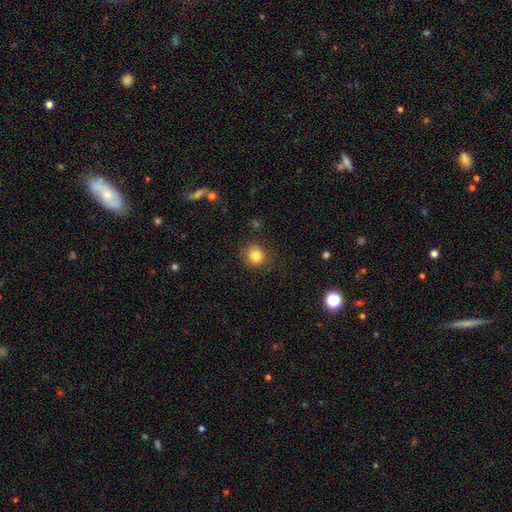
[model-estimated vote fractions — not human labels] Smooth or featured? smooth (83%)
How rounded? round (84%)
Merging? none (83%)